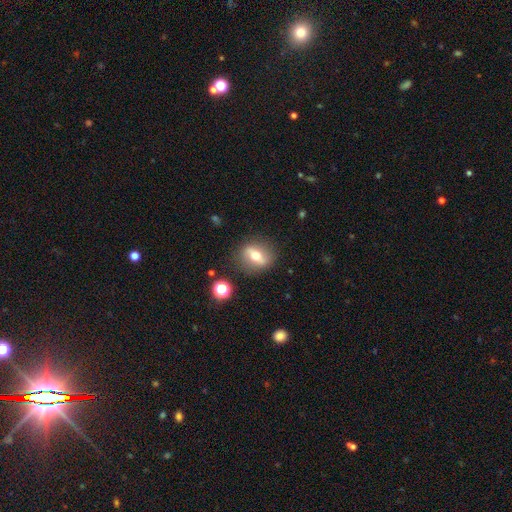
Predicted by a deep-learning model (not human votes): Overall: featured or disk (48%; smooth 43%). Merging: none (82%).